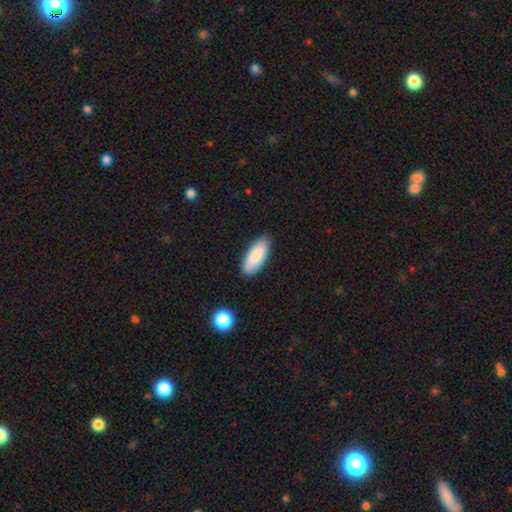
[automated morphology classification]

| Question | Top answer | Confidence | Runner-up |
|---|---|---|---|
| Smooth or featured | smooth | 84% | featured or disk (11%) |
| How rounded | in between | 80% | cigar-shaped (18%) |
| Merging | none | 86% | minor disturbance (11%) |